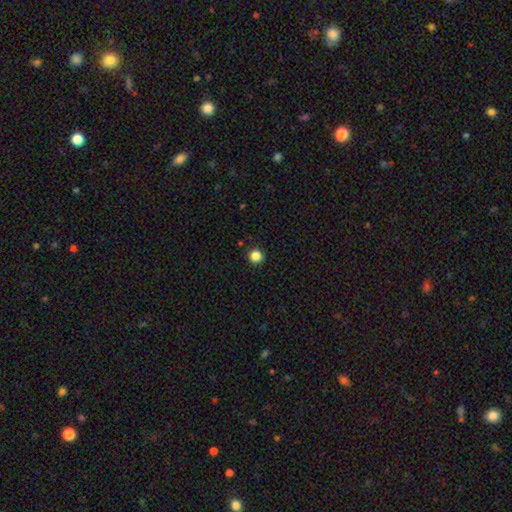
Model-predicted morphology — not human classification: smooth_or_featured: smooth (p=0.85) [alt: star or artifact p=0.12]
how_rounded: round (p=0.96) [alt: in between p=0.03]
merging: none (p=0.93) [alt: minor disturbance p=0.04]